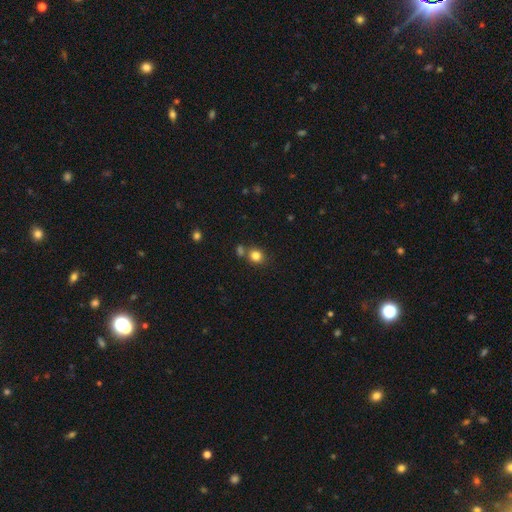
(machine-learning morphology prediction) smooth 82%, star or artifact 12%, featured or disk 6%. Down the decision tree: how rounded — round (81%); merging — none (69%).